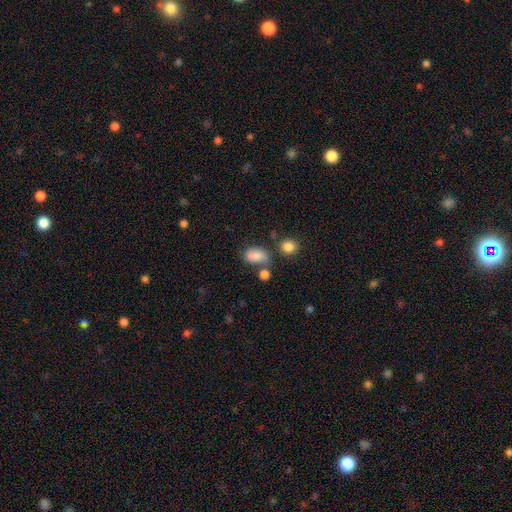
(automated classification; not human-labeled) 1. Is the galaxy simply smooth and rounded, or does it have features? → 77% smooth, 12% featured or disk, 11% star or artifact.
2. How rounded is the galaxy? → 83% in between, 16% round, 2% cigar-shaped.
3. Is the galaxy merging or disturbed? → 46% none, 24% minor disturbance, 19% merger, 11% major disturbance.